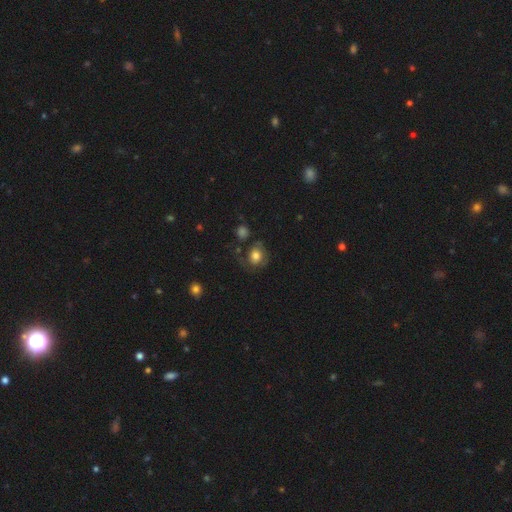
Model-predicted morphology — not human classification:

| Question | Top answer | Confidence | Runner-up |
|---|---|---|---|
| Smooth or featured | smooth | 63% | featured or disk (28%) |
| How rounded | round | 67% | in between (32%) |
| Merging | none | 52% | minor disturbance (23%) |